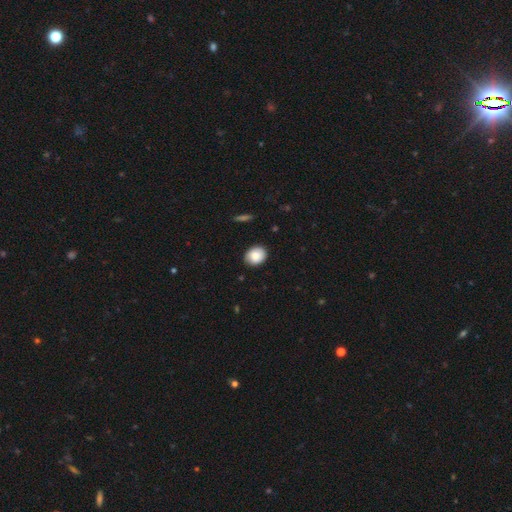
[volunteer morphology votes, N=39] smooth 82%, featured or disk 10%, star or artifact 8%. Down the decision tree: how rounded — round (56%); merging — none (78%).